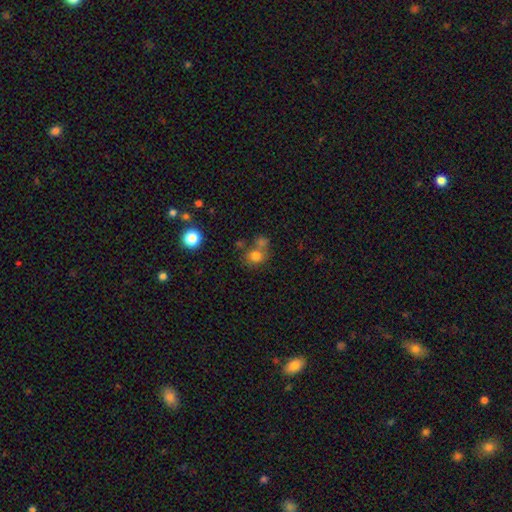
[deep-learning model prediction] smooth 76%, star or artifact 14%, featured or disk 10%. Down the decision tree: how rounded — round (75%); merging — none (51%).